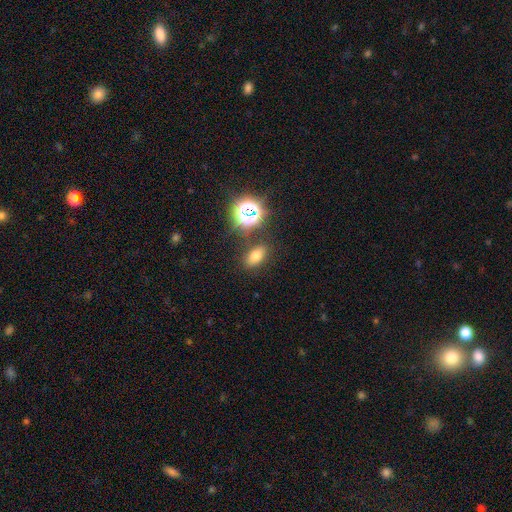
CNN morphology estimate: type=smooth (67%); roundness=in between (79%); merging=none (82%).